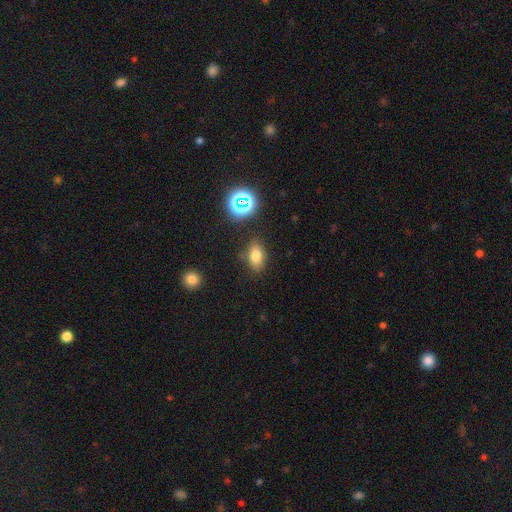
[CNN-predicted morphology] Smooth or featured? Predicted: smooth (p=0.73). How rounded? Predicted: in between (p=0.81). Merging? Predicted: none (p=0.81).